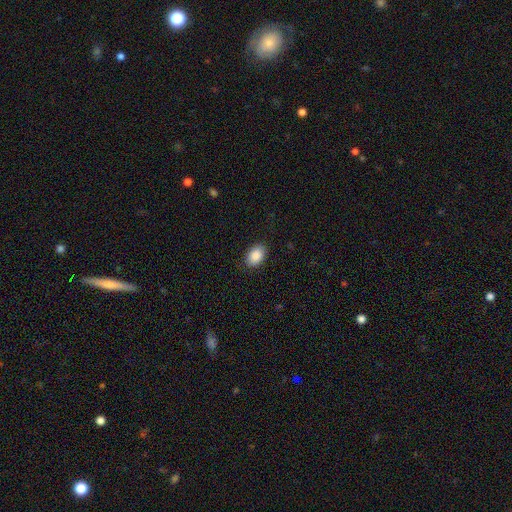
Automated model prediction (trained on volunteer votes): Smooth or featured?
  - smooth: 89% *
  - star or artifact: 7%
  - featured or disk: 4%
How rounded?
  - in between: 86% *
  - round: 13%
  - cigar-shaped: 1%
Merging?
  - none: 87% *
  - minor disturbance: 10%
  - major disturbance: 3%
  - merger: 1%